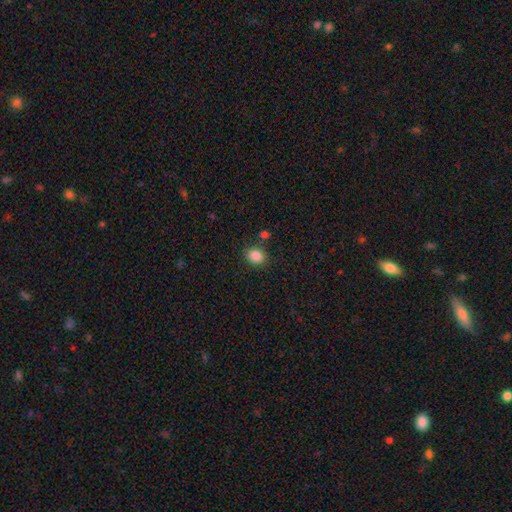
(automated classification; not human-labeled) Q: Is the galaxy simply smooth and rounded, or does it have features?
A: smooth — 86%.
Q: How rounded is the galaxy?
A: round — 57%.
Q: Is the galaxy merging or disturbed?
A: none — 81%.